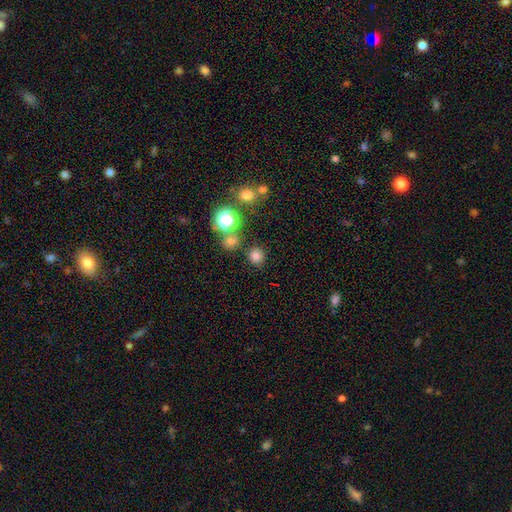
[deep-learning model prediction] smooth 76%, star or artifact 19%, featured or disk 5%. Down the decision tree: how rounded — round (90%); merging — none (83%).